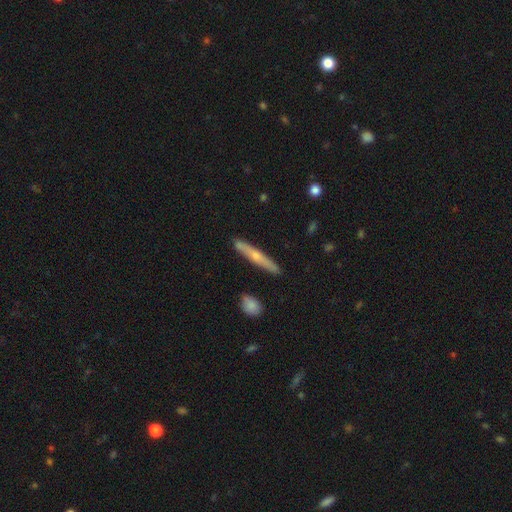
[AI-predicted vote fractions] Smooth or featured?
  - featured or disk: 51% *
  - smooth: 43%
  - star or artifact: 6%
Edge-on disk?
  - yes: 93% *
  - no: 7%
Merging?
  - none: 88% *
  - minor disturbance: 9%
  - merger: 2%
  - major disturbance: 2%